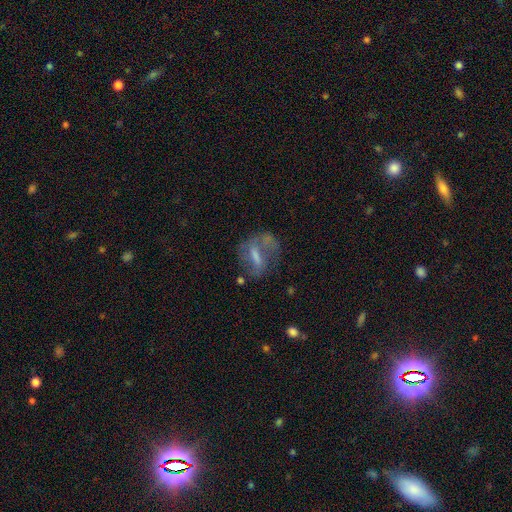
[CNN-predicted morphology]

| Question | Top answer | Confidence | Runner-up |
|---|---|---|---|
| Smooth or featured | featured or disk | 57% | smooth (32%) |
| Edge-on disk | no | 92% | yes (8%) |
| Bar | weak | 41% | strong (35%) |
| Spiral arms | yes | 52% | no (48%) |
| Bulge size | moderate | 33% | none (30%) |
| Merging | none | 46% | major disturbance (26%) |